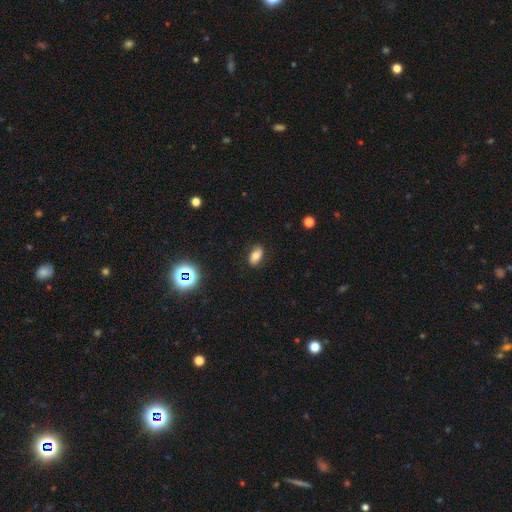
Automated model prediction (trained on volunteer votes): This is likely a smooth galaxy (70%). How rounded: clearly in between (88%). Merging: clearly none (82%).